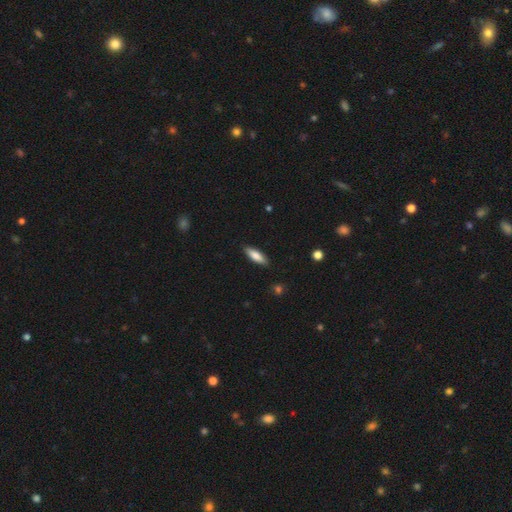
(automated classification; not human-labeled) Smooth or featured? smooth (79%)
How rounded? in between (53%)
Merging? none (87%)